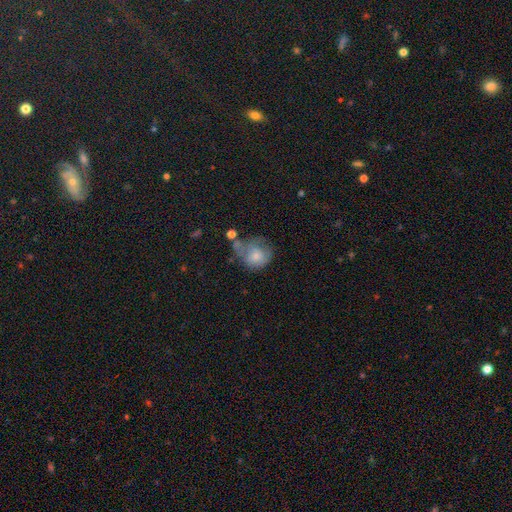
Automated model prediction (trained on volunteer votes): Smooth or featured? Predicted: smooth (p=0.65). How rounded? Predicted: round (p=0.65). Merging? Predicted: major disturbance (p=0.32).